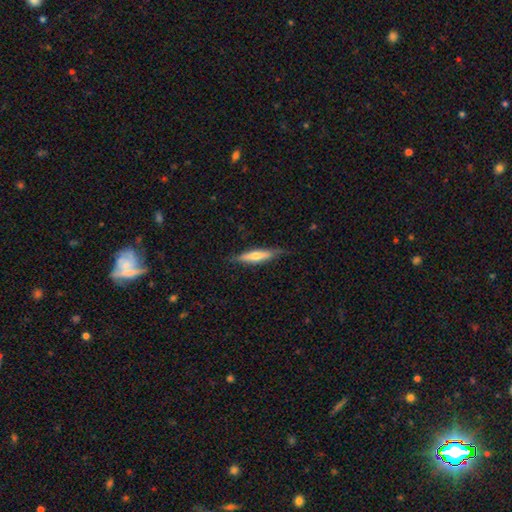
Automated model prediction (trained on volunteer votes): Smooth or featured?
  - smooth: 52% *
  - featured or disk: 42%
  - star or artifact: 6%
How rounded?
  - cigar-shaped: 82% *
  - in between: 16%
  - round: 2%
Merging?
  - none: 80% *
  - minor disturbance: 16%
  - major disturbance: 3%
  - merger: 1%